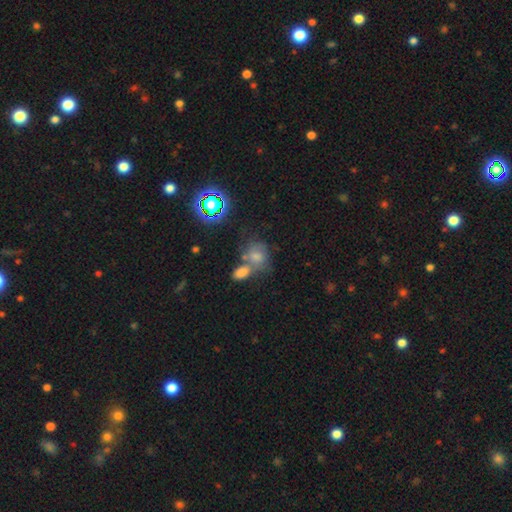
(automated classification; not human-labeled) This appears to be a smooth galaxy with no disk features (58%) that is in between round and cigar-shaped (52%). Merging: merger (46%).